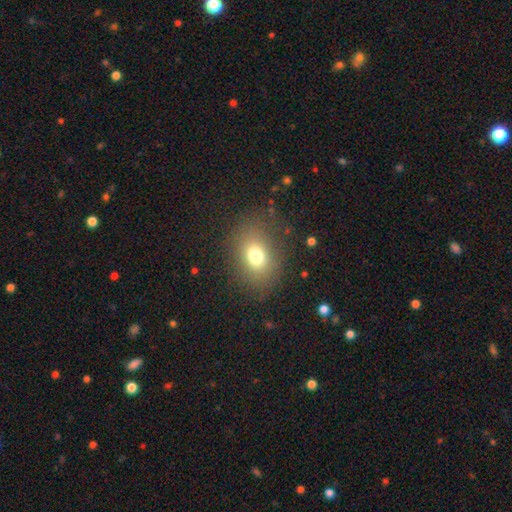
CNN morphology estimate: smooth_or_featured: smooth (p=0.74) [alt: star or artifact p=0.14]
how_rounded: in between (p=0.58) [alt: round p=0.41]
merging: none (p=0.81) [alt: minor disturbance p=0.11]